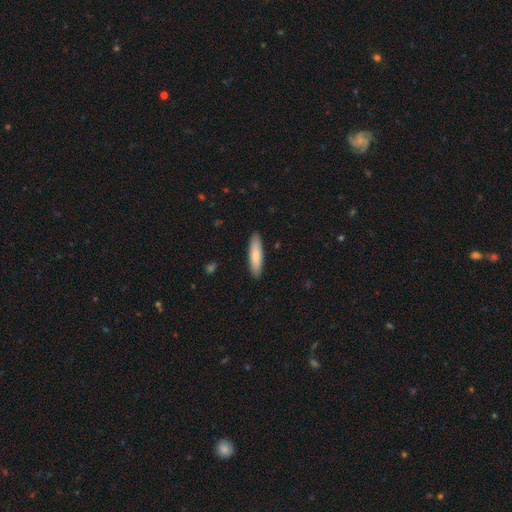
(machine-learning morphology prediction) This is clearly a smooth galaxy (81%). How rounded: likely cigar-shaped (69%). Merging: clearly none (90%).